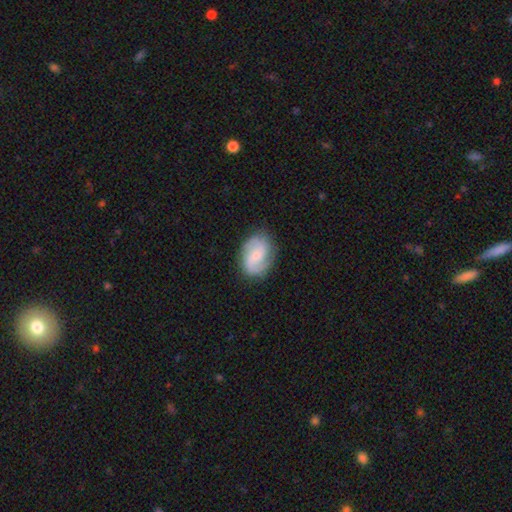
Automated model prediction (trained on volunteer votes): A featured or disk galaxy (73%) with no bar (49%), 2 (85%) medium (47%) spiral arms (95%) and a small central bulge (59%).

Vote fractions:
- Smooth or featured? featured or disk: 73% / smooth: 22% / star or artifact: 6%
- Edge-on disk? no: 98% / yes: 2%
- Bar? no: 49% / weak: 42% / strong: 9%
- Spiral arms? yes: 95% / no: 5%
- Spiral winding? medium: 47% / loose: 30% / tight: 23%
- Spiral arm count? 2: 85% / can't tell: 6% / 1: 3% / 3: 3% / 4: 1% / more than 4: 1%
- Bulge size? small: 59% / moderate: 32% / none: 6% / large: 2% / dominant: 1%
- Merging? none: 80% / minor disturbance: 14% / major disturbance: 5% / merger: 1%